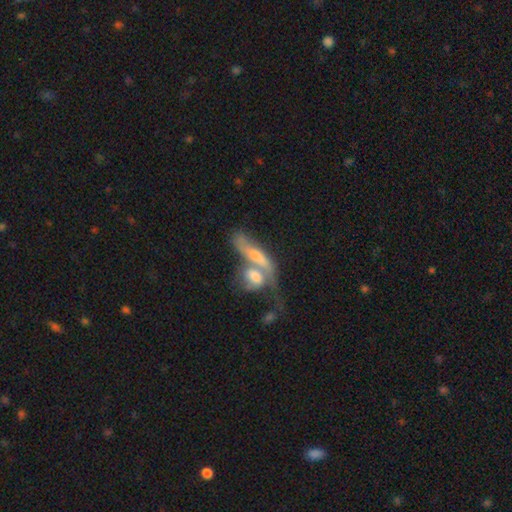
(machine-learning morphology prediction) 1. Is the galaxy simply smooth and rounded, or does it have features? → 51% featured or disk, 40% smooth, 9% star or artifact.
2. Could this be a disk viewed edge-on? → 63% no, 37% yes.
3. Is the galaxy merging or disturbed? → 64% merger, 17% none, 11% major disturbance, 8% minor disturbance.